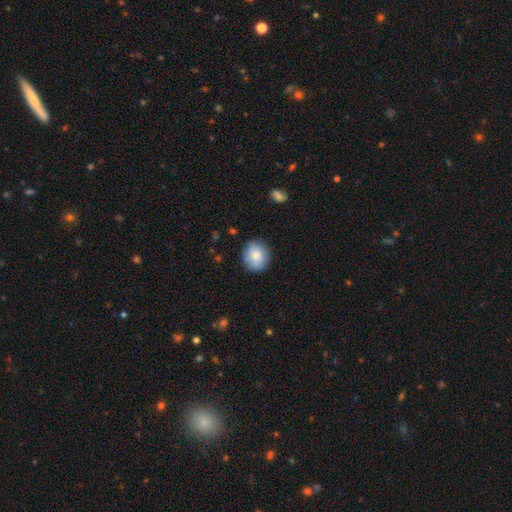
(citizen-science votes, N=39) smooth-or-featured: smooth: 77% | featured or disk: 15% | star or artifact: 8%
  how-rounded: round: 57% | in between: 43% | cigar-shaped: 0%
  merging: none: 83% | minor disturbance: 14% | major disturbance: 3% | merger: 0%